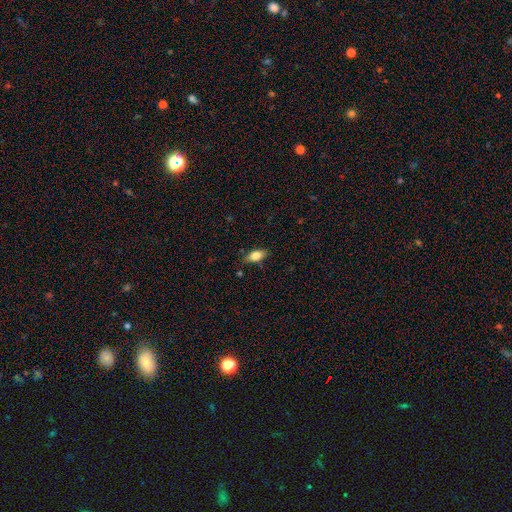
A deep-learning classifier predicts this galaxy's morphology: This is likely a smooth galaxy (79%). How rounded: clearly in between (86%). Merging: clearly none (81%).